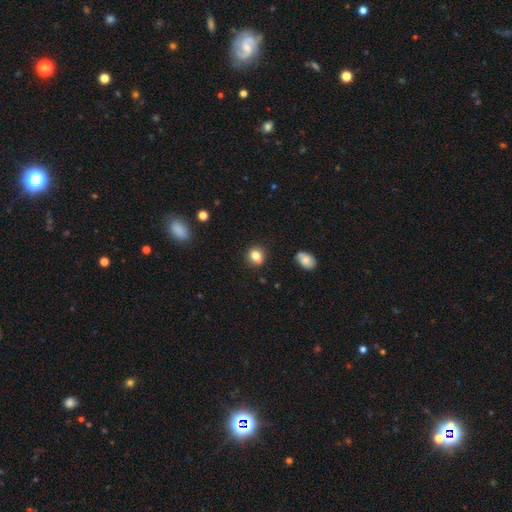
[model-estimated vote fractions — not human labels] This is likely a smooth galaxy (78%). How rounded: clearly round (81%). Merging: likely none (69%).